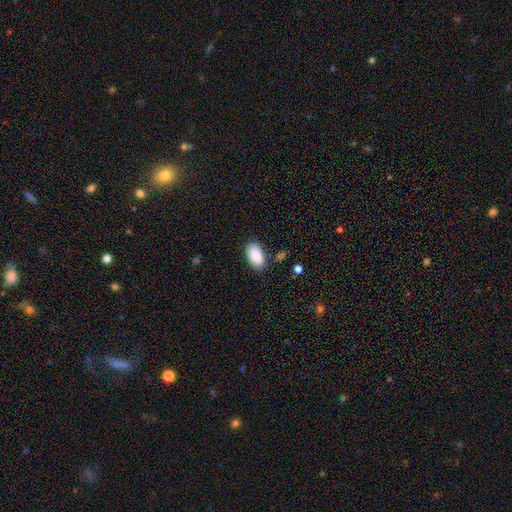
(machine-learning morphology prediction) This is clearly a smooth galaxy (88%). How rounded: clearly in between (95%). Merging: clearly none (82%).